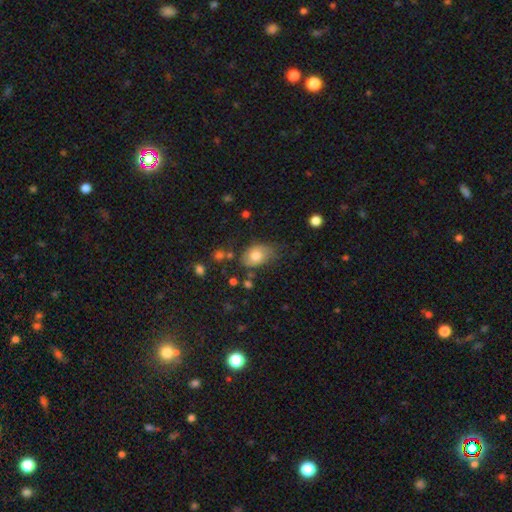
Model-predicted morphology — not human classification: Smooth or featured?
  - smooth: 75% *
  - featured or disk: 17%
  - star or artifact: 8%
How rounded?
  - in between: 81% *
  - round: 17%
  - cigar-shaped: 1%
Merging?
  - none: 58% *
  - minor disturbance: 29%
  - major disturbance: 9%
  - merger: 4%